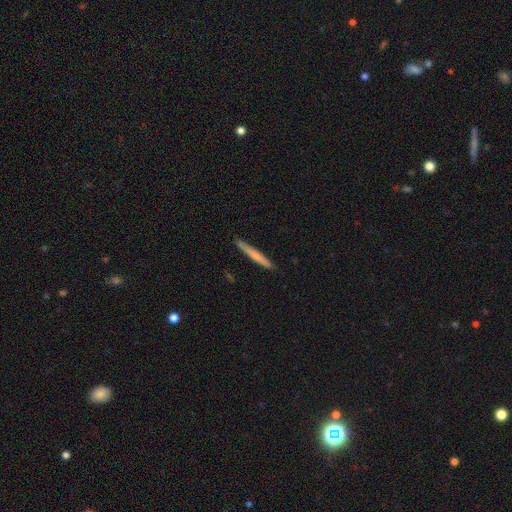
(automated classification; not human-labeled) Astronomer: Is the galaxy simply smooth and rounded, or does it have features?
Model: smooth — 61%.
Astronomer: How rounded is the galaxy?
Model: cigar-shaped — 96%.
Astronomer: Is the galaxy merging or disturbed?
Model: none — 91%.